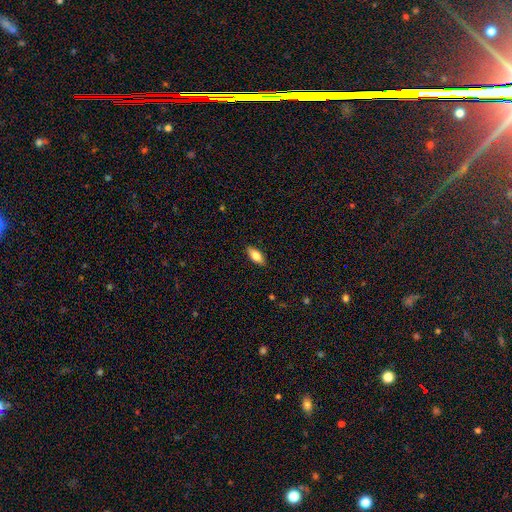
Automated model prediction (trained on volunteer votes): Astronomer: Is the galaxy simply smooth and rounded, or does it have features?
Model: smooth — 75%.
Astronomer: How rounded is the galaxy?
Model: in between — 83%.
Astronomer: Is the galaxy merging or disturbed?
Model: none — 87%.